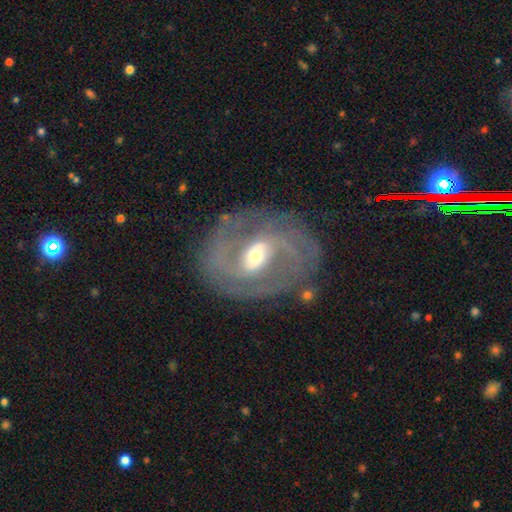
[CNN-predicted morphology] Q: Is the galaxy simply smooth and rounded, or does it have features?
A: featured or disk — 87%.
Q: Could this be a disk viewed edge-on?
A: no — 96%.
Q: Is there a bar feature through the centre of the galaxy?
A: weak — 43%.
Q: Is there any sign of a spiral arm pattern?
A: yes — 93%.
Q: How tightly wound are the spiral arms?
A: tight — 47%.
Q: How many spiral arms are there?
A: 2 — 65%.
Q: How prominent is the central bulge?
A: moderate — 49%.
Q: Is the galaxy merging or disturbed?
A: none — 76%.